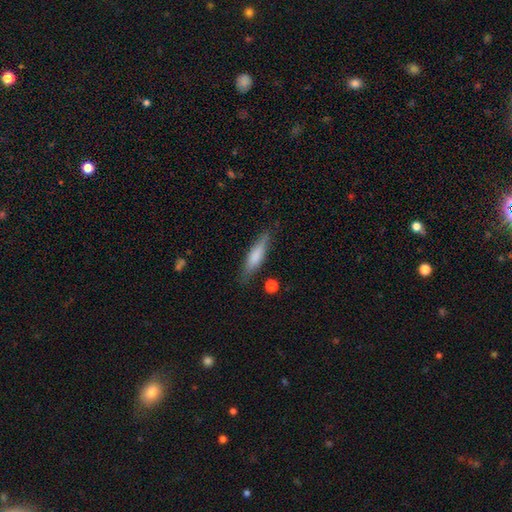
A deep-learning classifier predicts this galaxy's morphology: This appears to be a smooth galaxy with no disk features (71%) that is cigar-shaped (75%). Merging: none (81%).